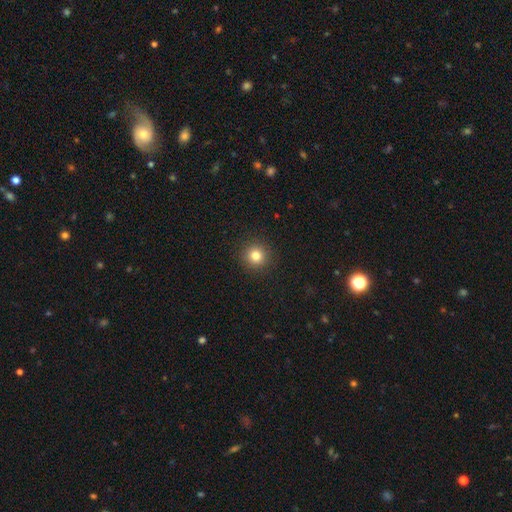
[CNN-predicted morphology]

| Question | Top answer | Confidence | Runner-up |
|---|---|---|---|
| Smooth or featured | smooth | 81% | star or artifact (13%) |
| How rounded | round | 94% | in between (5%) |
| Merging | none | 92% | minor disturbance (5%) |